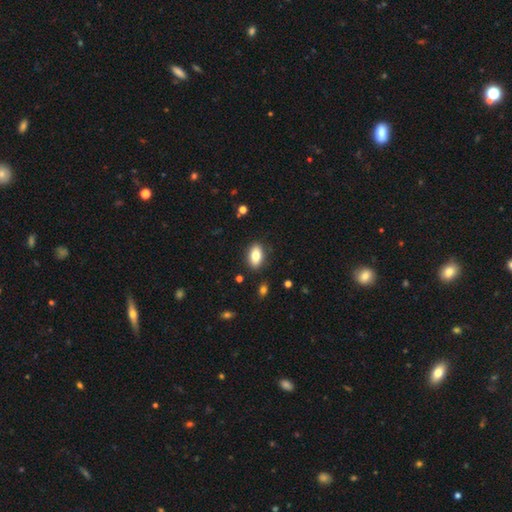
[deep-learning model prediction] smooth 79%, featured or disk 13%, star or artifact 8%. Down the decision tree: how rounded — in between (90%); merging — none (87%).